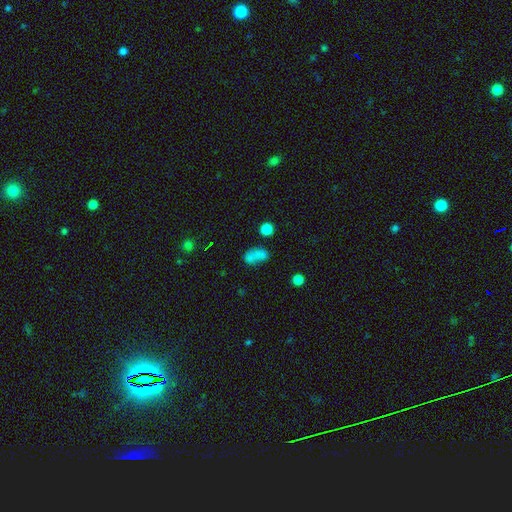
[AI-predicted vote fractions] This appears to be a smooth galaxy with no disk features (71%) that is in between round and cigar-shaped (75%). Merging: none (36%).